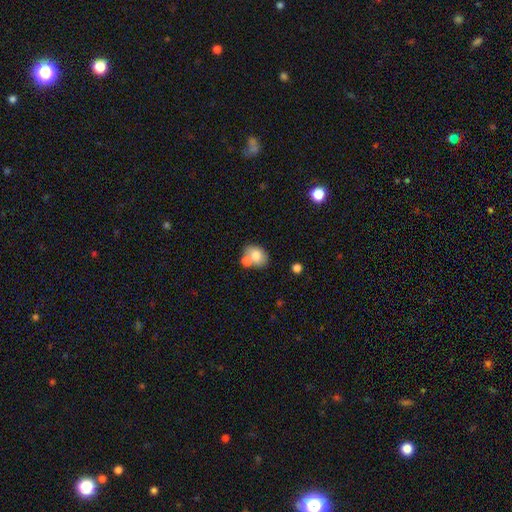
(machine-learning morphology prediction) Overall: smooth (74%). How rounded: in between (58%; round 41%). Merging: none (52%; merger 31%).